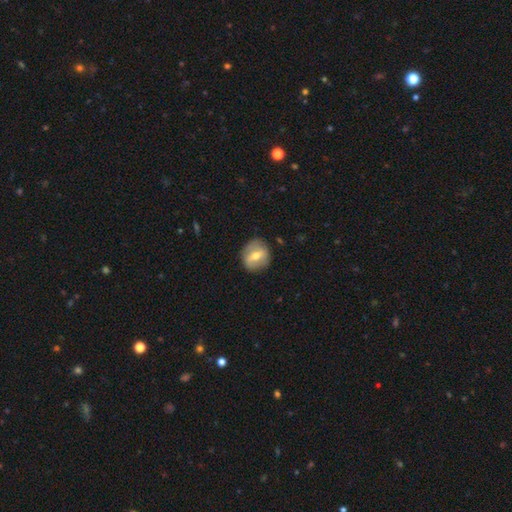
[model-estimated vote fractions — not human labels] This is possibly a featured or disk galaxy (50%). Merging: clearly none (84%).